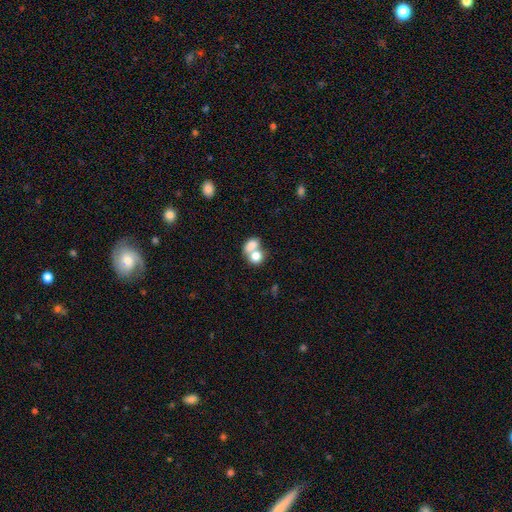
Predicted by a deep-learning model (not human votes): Smooth or featured: smooth — 77% (featured or disk — 14%)
How rounded: in between — 55% (round — 44%)
Merging: merger — 66% (none — 24%)